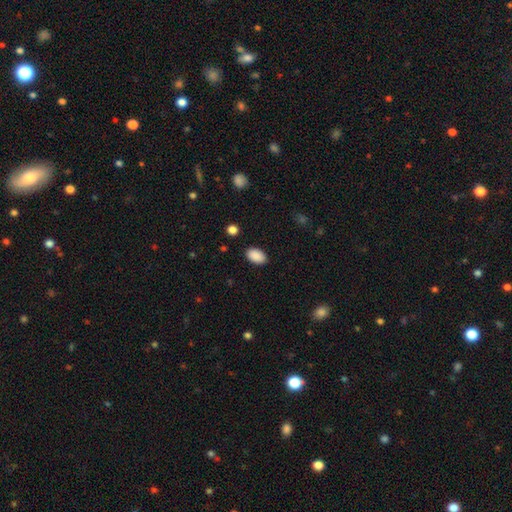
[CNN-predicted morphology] type=smooth (90%); roundness=in between (92%); merging=none (88%).